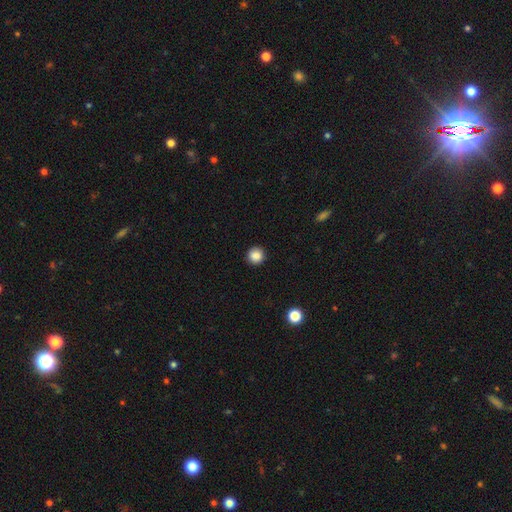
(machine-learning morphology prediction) Smooth or featured? smooth (87%)
How rounded? round (95%)
Merging? none (93%)